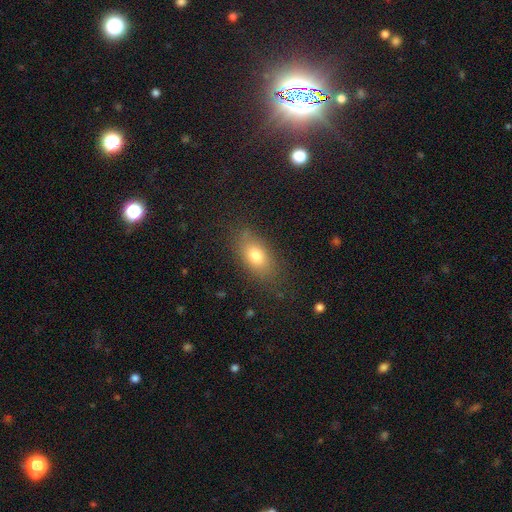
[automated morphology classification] A smooth galaxy with no disk features (76%) that is in between round and cigar-shaped (84%). Merging: none (80%).